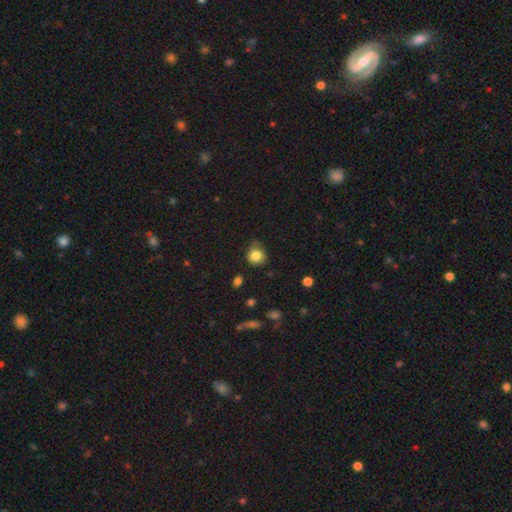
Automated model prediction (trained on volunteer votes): smooth 82%, star or artifact 10%, featured or disk 8%. Down the decision tree: how rounded — round (83%); merging — none (63%).